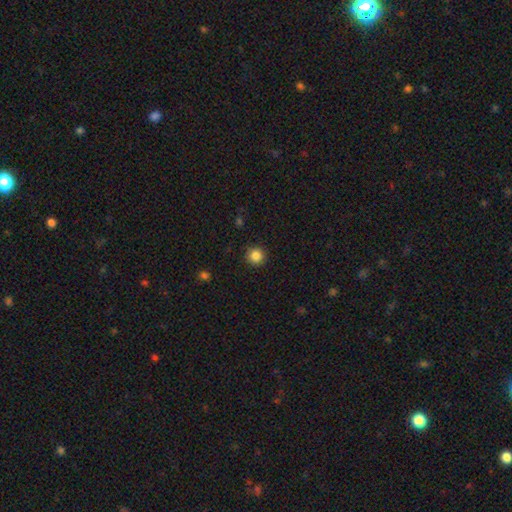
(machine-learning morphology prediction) smooth 85%, star or artifact 11%, featured or disk 4%. Down the decision tree: how rounded — round (95%); merging — none (92%).